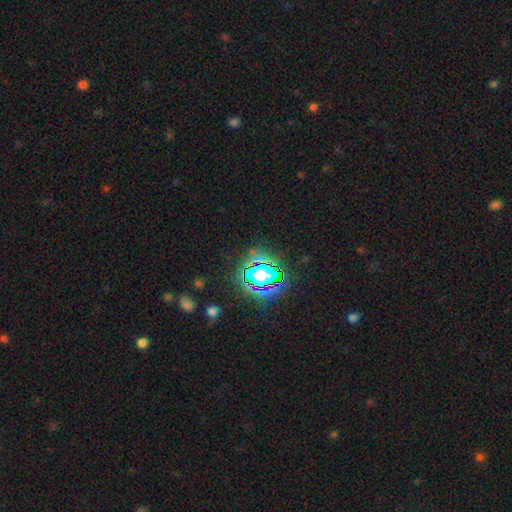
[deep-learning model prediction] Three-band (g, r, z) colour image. It shows a star or artifact, not a galaxy (77%).